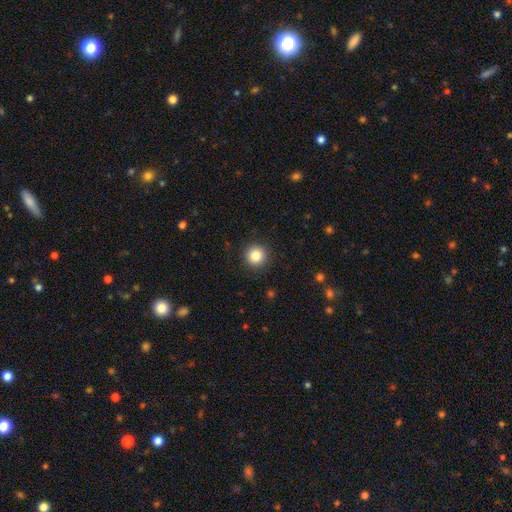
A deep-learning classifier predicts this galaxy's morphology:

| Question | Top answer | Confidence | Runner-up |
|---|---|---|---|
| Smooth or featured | smooth | 85% | star or artifact (10%) |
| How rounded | round | 96% | in between (3%) |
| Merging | none | 92% | minor disturbance (5%) |